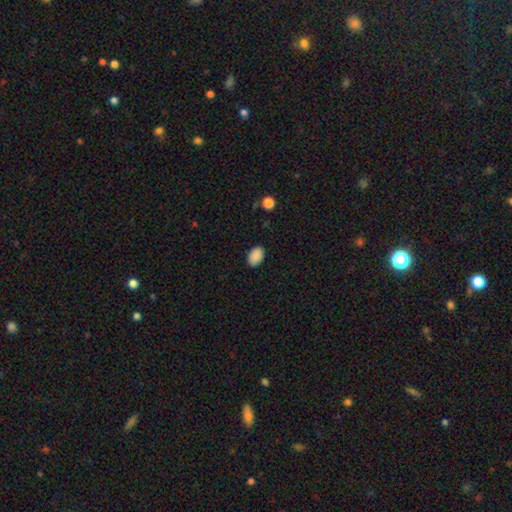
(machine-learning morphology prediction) The model was most divided on "how rounded": in between: 87%, round: 12%, cigar-shaped: 1%. More confident: smooth or featured — smooth (89%); merging — none (88%).